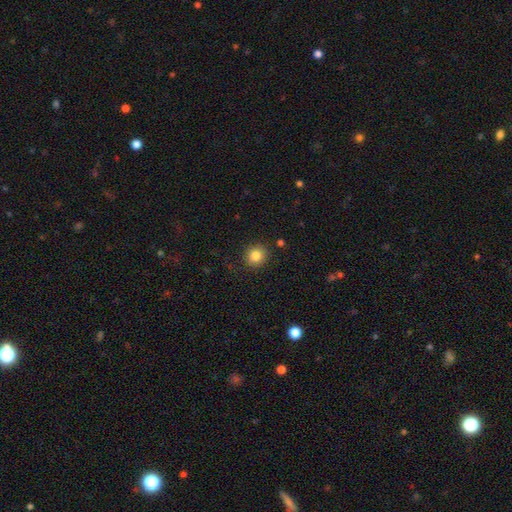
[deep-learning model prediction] Smooth or featured? smooth (84%)
How rounded? round (89%)
Merging? none (88%)